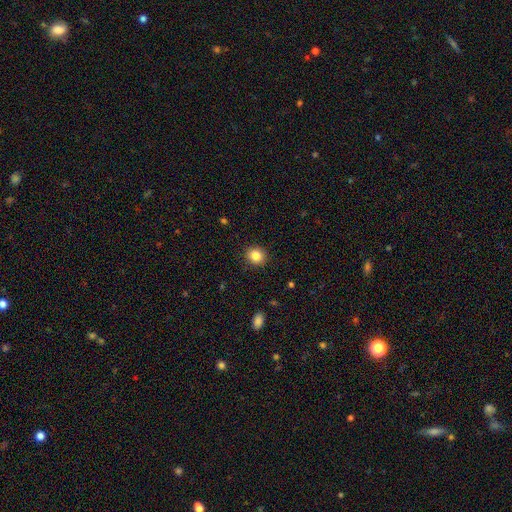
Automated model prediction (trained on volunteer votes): smooth-or-featured: smooth: 85% | star or artifact: 10% | featured or disk: 5%
  how-rounded: round: 84% | in between: 15% | cigar-shaped: 1%
  merging: none: 90% | minor disturbance: 7% | major disturbance: 2% | merger: 1%